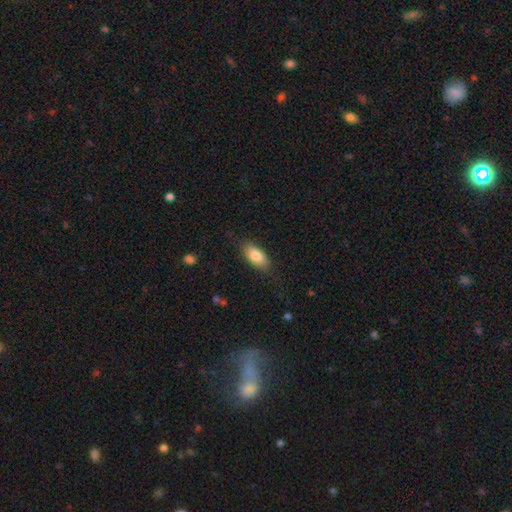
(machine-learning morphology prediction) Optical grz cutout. It shows a smooth galaxy with no disk features (82%) that is in between round and cigar-shaped (89%). Merging: none (81%).